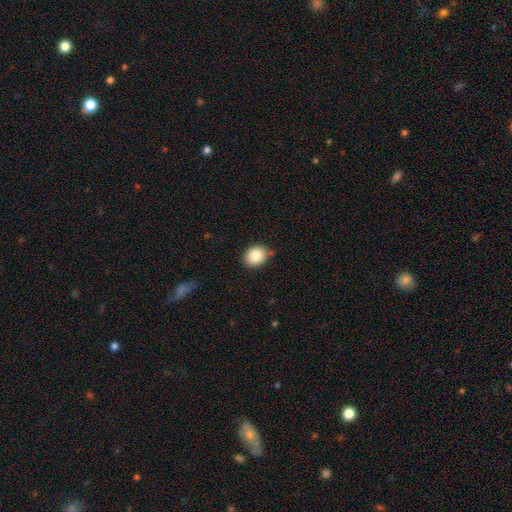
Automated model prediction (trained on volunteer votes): A smooth galaxy with no disk features (83%) that is round (56%).

Vote fractions:
- Smooth or featured? smooth: 83% / star or artifact: 9% / featured or disk: 8%
- How rounded? round: 56% / in between: 43% / cigar-shaped: 1%
- Merging? none: 83% / minor disturbance: 13% / major disturbance: 2% / merger: 1%